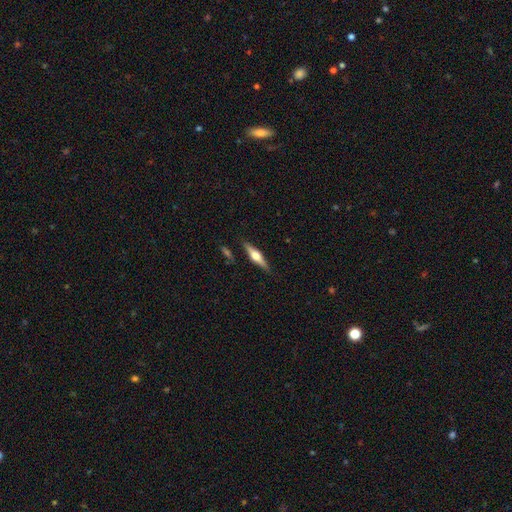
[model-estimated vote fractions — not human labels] smooth-or-featured: featured or disk: 68% | smooth: 27% | star or artifact: 6%
  disk-edge-on: yes: 97% | no: 3%
    edge-on-bulge: rounded: 93% | boxy: 5% | none: 2%
  merging: none: 88% | minor disturbance: 8% | merger: 2% | major disturbance: 2%